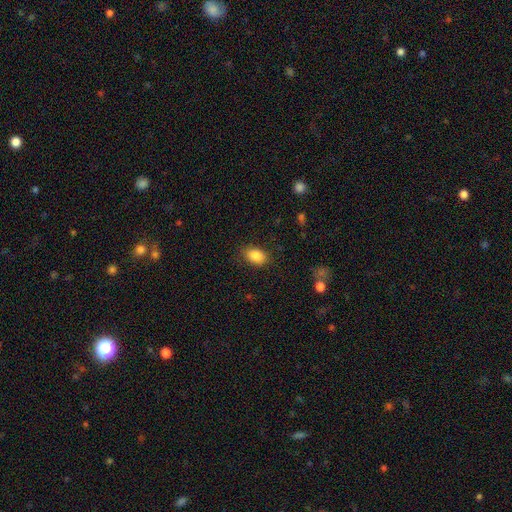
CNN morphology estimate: This is clearly a smooth galaxy (86%). How rounded: clearly in between (85%). Merging: clearly none (83%).